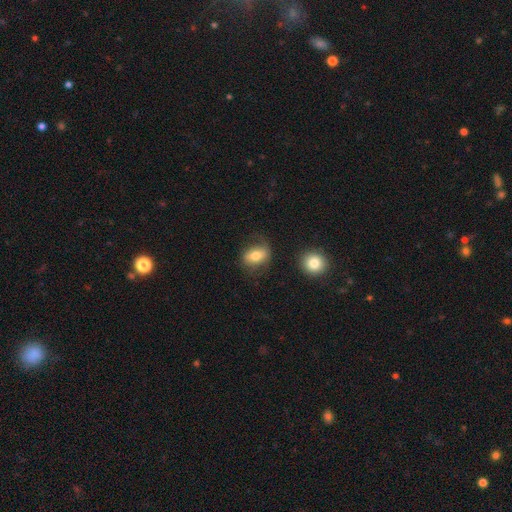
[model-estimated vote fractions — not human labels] Morphology: type=smooth (71%); roundness=in between (74%); merging=none (64%).